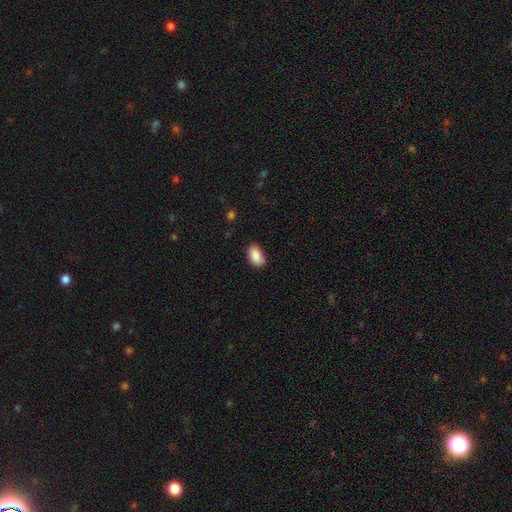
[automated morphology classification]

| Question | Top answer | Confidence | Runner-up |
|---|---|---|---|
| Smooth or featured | smooth | 88% | star or artifact (7%) |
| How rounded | in between | 91% | round (7%) |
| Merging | none | 80% | minor disturbance (16%) |